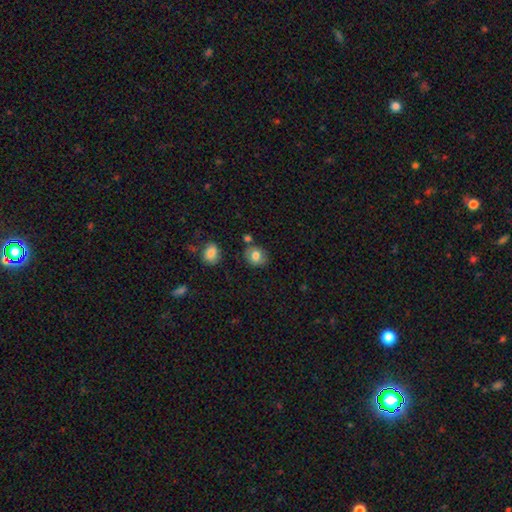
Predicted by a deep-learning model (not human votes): A smooth galaxy with no disk features (79%) that is round (58%).

Vote fractions:
- Smooth or featured? smooth: 79% / featured or disk: 12% / star or artifact: 9%
- How rounded? round: 58% / in between: 41% / cigar-shaped: 1%
- Merging? none: 76% / minor disturbance: 14% / merger: 7% / major disturbance: 3%